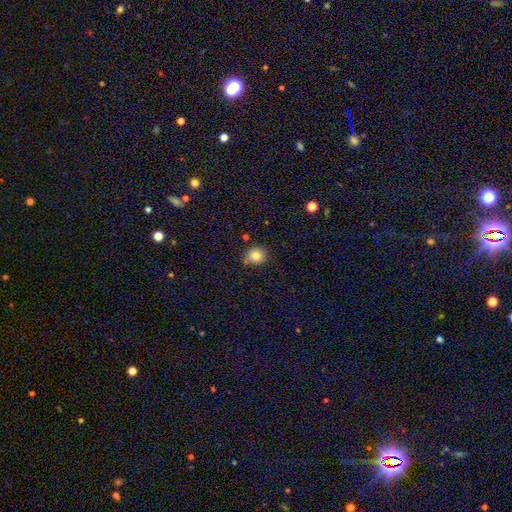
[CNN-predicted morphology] smooth 84%, star or artifact 10%, featured or disk 5%. Down the decision tree: how rounded — round (85%); merging — none (76%).